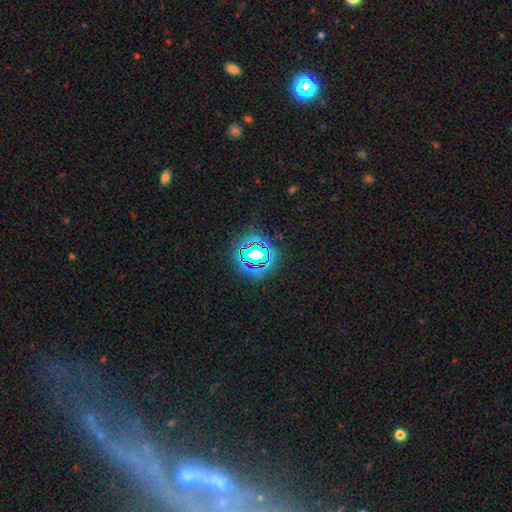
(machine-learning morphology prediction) Smooth or featured? star or artifact (68%)